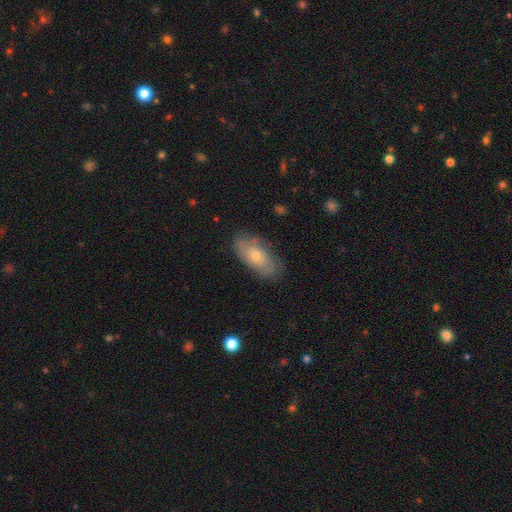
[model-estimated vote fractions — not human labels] Overall: smooth (49%; featured or disk 44%). Merging: none (75%).